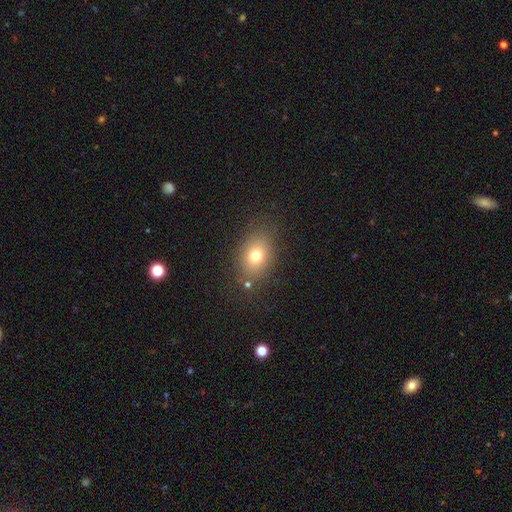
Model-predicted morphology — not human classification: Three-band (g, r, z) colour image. It shows a smooth galaxy with no disk features (74%) that is in between round and cigar-shaped (68%). Merging: none (80%).